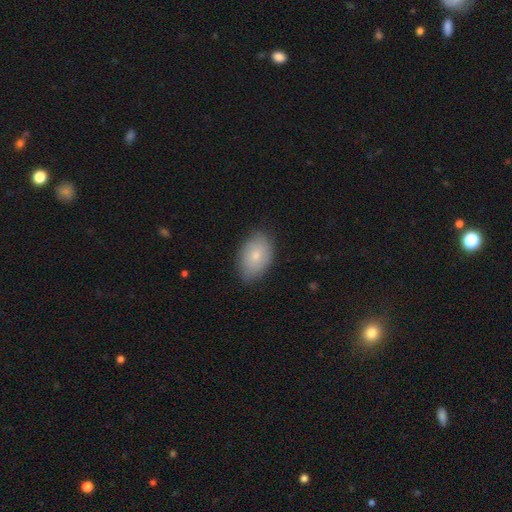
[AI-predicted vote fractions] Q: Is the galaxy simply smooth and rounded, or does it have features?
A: smooth — 77%.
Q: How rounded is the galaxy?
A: in between — 87%.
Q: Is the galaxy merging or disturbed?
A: none — 81%.